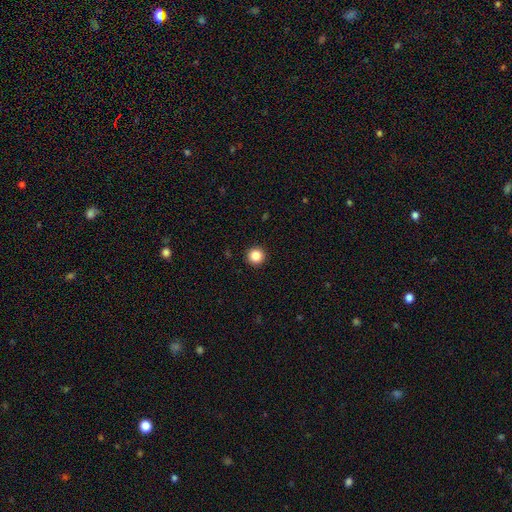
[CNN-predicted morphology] Smooth or featured?
  - smooth: 86% *
  - star or artifact: 10%
  - featured or disk: 3%
How rounded?
  - round: 96% *
  - in between: 3%
  - cigar-shaped: 1%
Merging?
  - none: 93% *
  - minor disturbance: 4%
  - major disturbance: 2%
  - merger: 1%